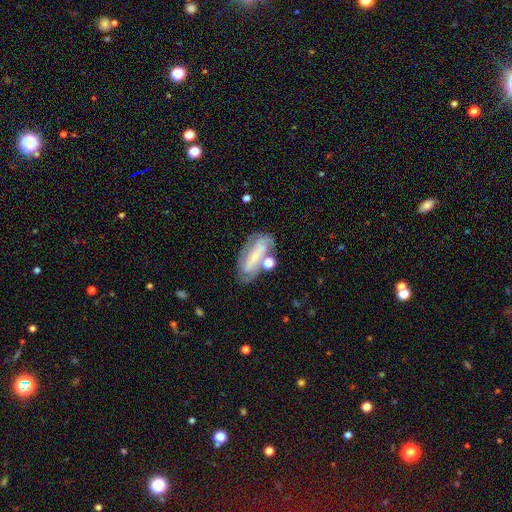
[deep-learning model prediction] Smooth or featured: featured or disk — 68% (smooth — 23%)
Edge-on disk: no — 89% (yes — 11%)
Bar: strong — 42% (no — 30%)
Spiral arms: yes — 84% (no — 16%)
Spiral winding: tight — 49% (medium — 36%)
Spiral arm count: 2 — 57% (can't tell — 25%)
Bulge size: small — 63% (moderate — 22%)
Merging: none — 57% (minor disturbance — 18%)